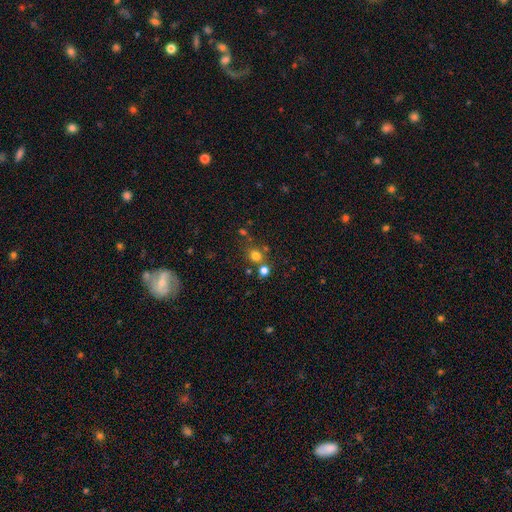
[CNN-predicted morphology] The model was most divided on "merging": none: 66%, merger: 21%, minor disturbance: 9%, major disturbance: 4%. More confident: how rounded — round (83%); smooth or featured — smooth (73%).